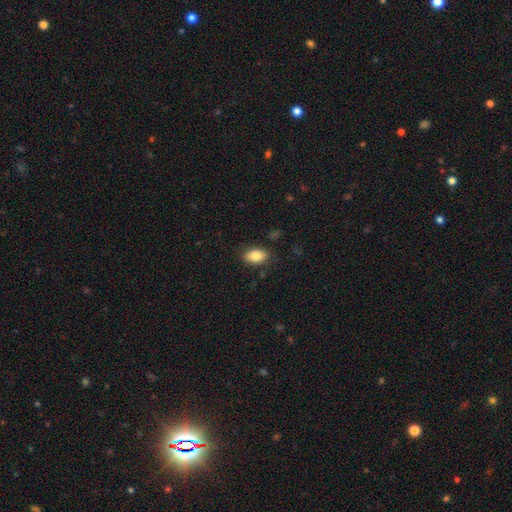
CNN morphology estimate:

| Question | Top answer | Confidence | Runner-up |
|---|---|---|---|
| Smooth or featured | smooth | 84% | featured or disk (8%) |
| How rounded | in between | 90% | round (8%) |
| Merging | none | 84% | minor disturbance (11%) |